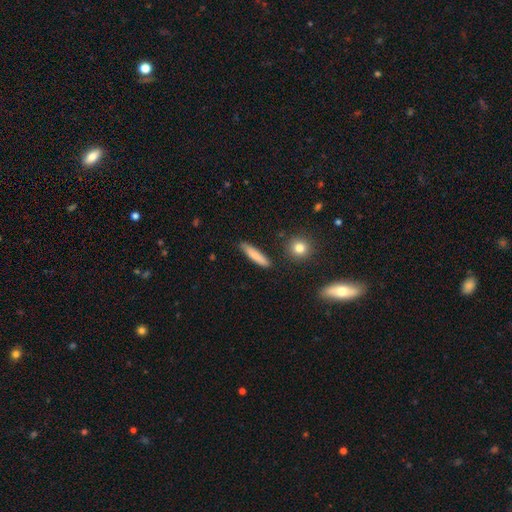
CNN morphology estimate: The model was most divided on "smooth or featured": smooth: 80%, featured or disk: 13%, star or artifact: 7%. More confident: merging — none (85%); how rounded — cigar-shaped (85%).